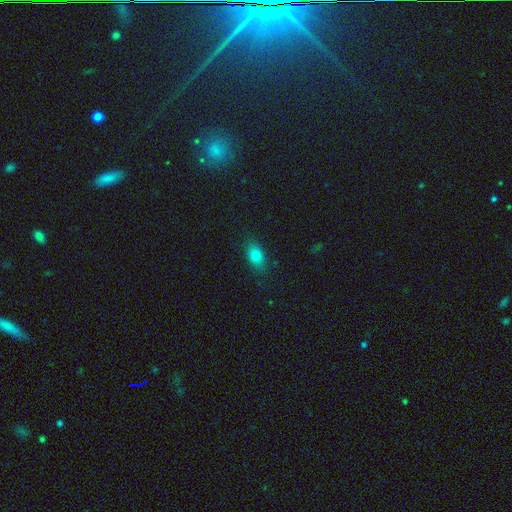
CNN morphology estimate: Smooth or featured?
  - smooth: 79% *
  - star or artifact: 11%
  - featured or disk: 10%
How rounded?
  - in between: 80% *
  - round: 17%
  - cigar-shaped: 3%
Merging?
  - none: 83% *
  - minor disturbance: 13%
  - major disturbance: 3%
  - merger: 1%